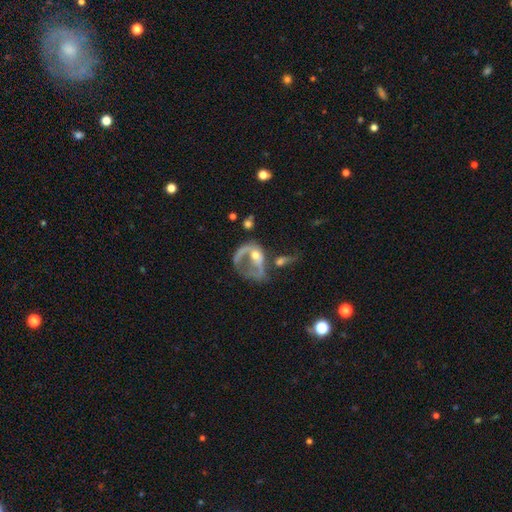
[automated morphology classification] type=featured or disk (60%); edge-on=no (95%); bar=no (76%); spiral arms=no (65%); bulge=moderate (52%); merging=major disturbance (47%).